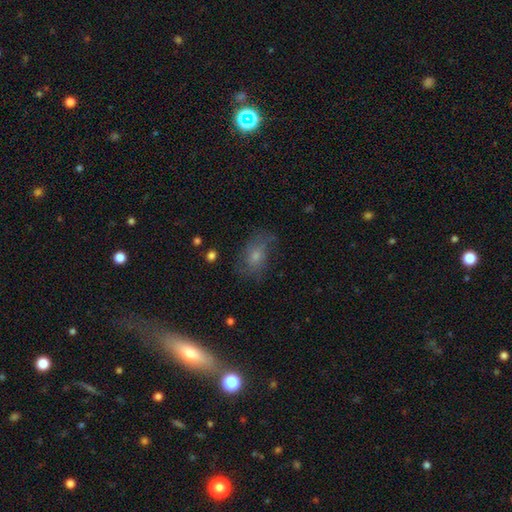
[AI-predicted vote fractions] Smooth or featured? Predicted: smooth (p=0.41). Merging? Predicted: none (p=0.64).